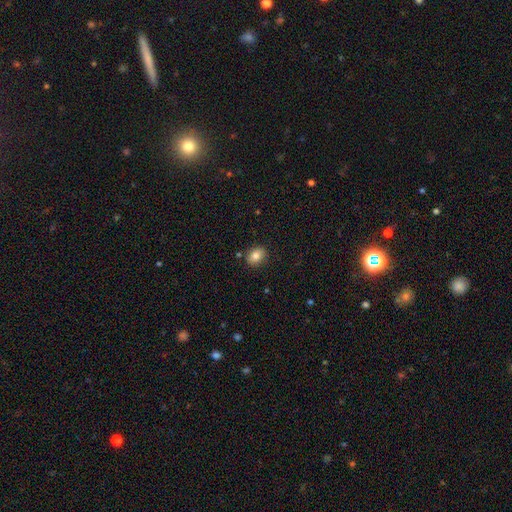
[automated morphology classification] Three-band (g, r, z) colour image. It shows a smooth galaxy with no disk features (82%) that is in between round and cigar-shaped (60%). Merging: none (86%).